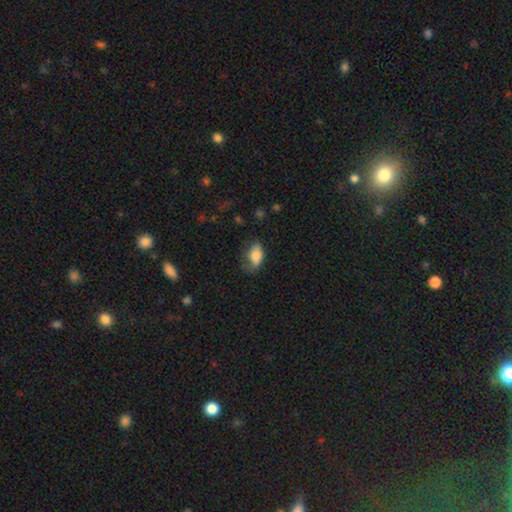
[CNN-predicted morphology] type=smooth (80%); roundness=in between (90%); merging=none (44%).